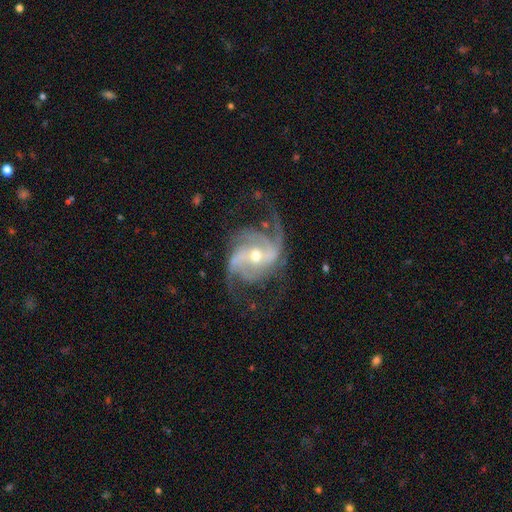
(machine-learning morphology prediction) Smooth or featured?
  - featured or disk: 91% *
  - star or artifact: 5%
  - smooth: 4%
Edge-on disk?
  - no: 97% *
  - yes: 3%
Bar?
  - weak: 36% * (tied)
  - strong: 36% * (tied)
  - no: 29%
Spiral arms?
  - yes: 98% *
  - no: 2%
Spiral winding?
  - medium: 48% *
  - loose: 35%
  - tight: 16%
Spiral arm count?
  - 2: 47% *
  - 3: 31%
  - can't tell: 7%
  - 4: 7%
  - 1: 4%
  - more than 4: 4%
Bulge size?
  - moderate: 49% *
  - small: 47%
  - large: 2%
  - none: 1%
  - dominant: 1%
Merging?
  - none: 66% *
  - minor disturbance: 17%
  - major disturbance: 16%
  - merger: 2%